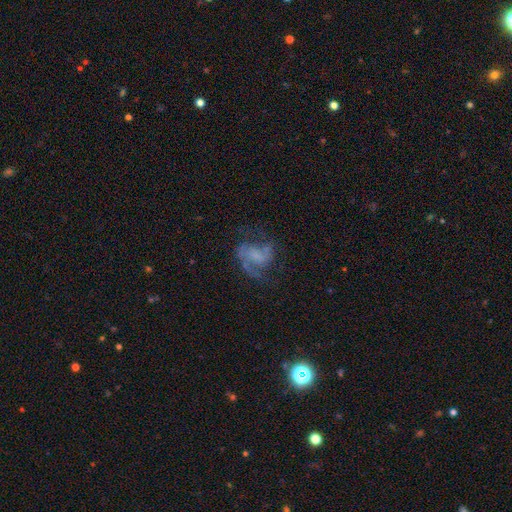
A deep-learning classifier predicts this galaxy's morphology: smooth_or_featured: featured or disk (p=0.75) [alt: smooth p=0.15]
disk_edge_on: no (p=0.98) [alt: yes p=0.02]
bar: no (p=0.44) [alt: weak p=0.41]
has_spiral_arms: yes (p=0.89) [alt: no p=0.11]
spiral_winding: medium (p=0.48) [alt: loose p=0.36]
spiral_arm_count: 2 (p=0.79) [alt: 1 p=0.08]
bulge_size: none (p=0.50) [alt: small p=0.26]
merging: none (p=0.52) [alt: major disturbance p=0.25]